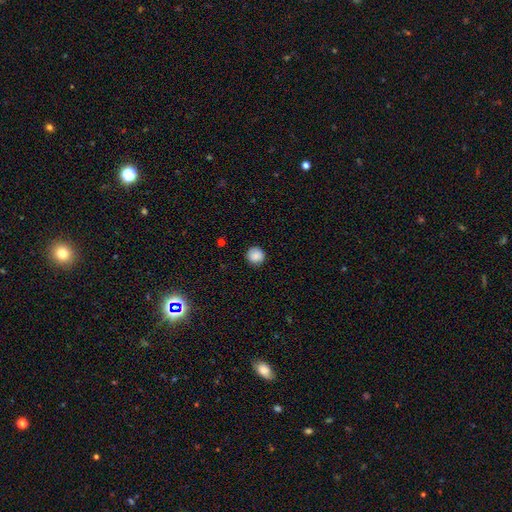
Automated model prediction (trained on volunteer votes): A smooth galaxy with no disk features (87%) that is round (93%).

Vote fractions:
- Smooth or featured? smooth: 87% / star or artifact: 9% / featured or disk: 4%
- How rounded? round: 93% / in between: 6% / cigar-shaped: 1%
- Merging? none: 89% / minor disturbance: 8% / major disturbance: 2% / merger: 1%